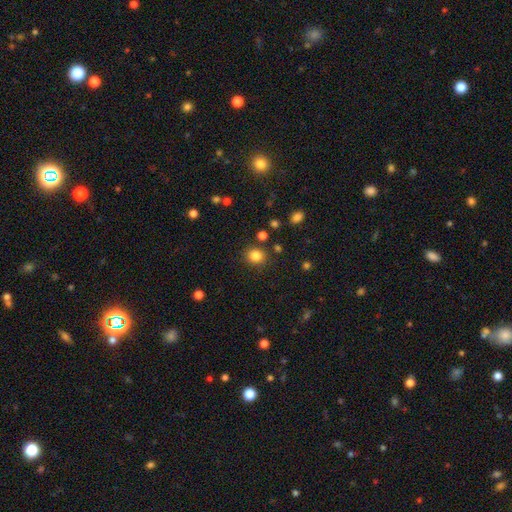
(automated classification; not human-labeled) Smooth or featured? Predicted: smooth (p=0.83). How rounded? Predicted: round (p=0.81). Merging? Predicted: none (p=0.85).